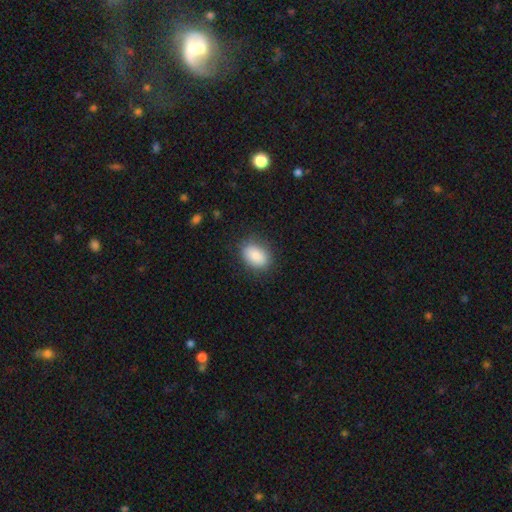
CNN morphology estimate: A smooth galaxy with no disk features (86%) that is in between round and cigar-shaped (79%).

Vote fractions:
- Smooth or featured? smooth: 86% / star or artifact: 7% / featured or disk: 7%
- How rounded? in between: 79% / round: 20% / cigar-shaped: 1%
- Merging? none: 83% / minor disturbance: 12% / major disturbance: 3% / merger: 1%